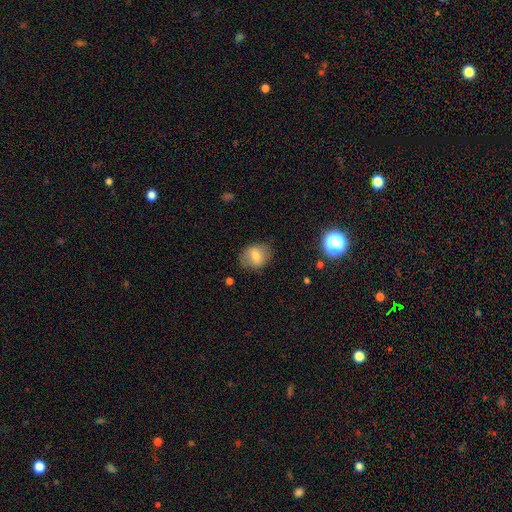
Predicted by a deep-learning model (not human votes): This appears to be a smooth galaxy with no disk features (67%) that is in between round and cigar-shaped (53%). Merging: none (77%).